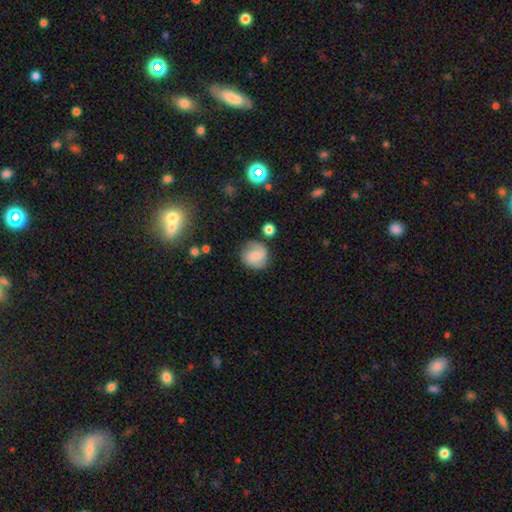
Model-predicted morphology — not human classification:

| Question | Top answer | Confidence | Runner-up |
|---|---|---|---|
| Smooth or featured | smooth | 51% | featured or disk (40%) |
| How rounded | round | 88% | in between (11%) |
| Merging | none | 75% | minor disturbance (16%) |